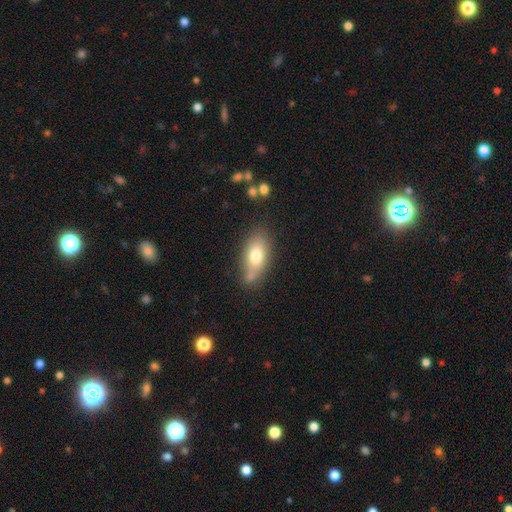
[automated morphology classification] Q: Smooth or featured?
A: smooth (73%); runner-up: featured or disk (19%)
Q: How rounded?
A: in between (86%); runner-up: cigar-shaped (9%)
Q: Merging?
A: none (64%); runner-up: minor disturbance (18%)